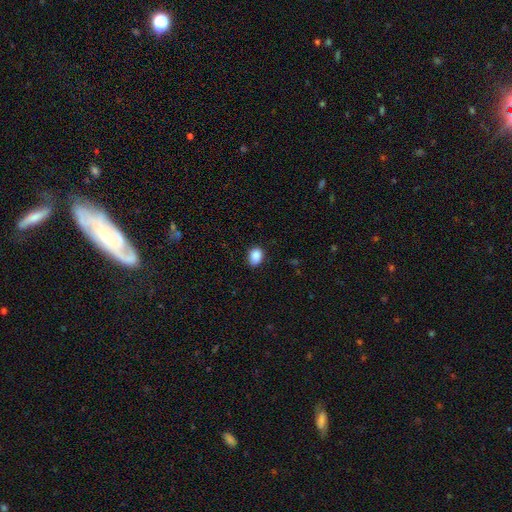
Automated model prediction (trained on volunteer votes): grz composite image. It shows a smooth galaxy with no disk features (89%) that is in between round and cigar-shaped (71%). Merging: none (83%).